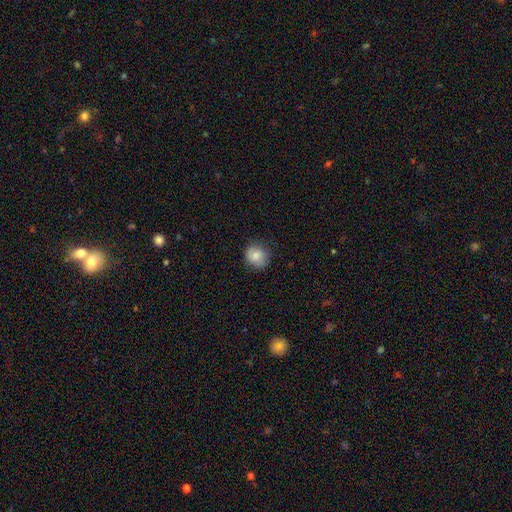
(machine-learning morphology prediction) smooth-or-featured: smooth: 81% | featured or disk: 10% | star or artifact: 9%
  how-rounded: round: 80% | in between: 19% | cigar-shaped: 1%
  merging: none: 77% | minor disturbance: 17% | major disturbance: 4% | merger: 1%